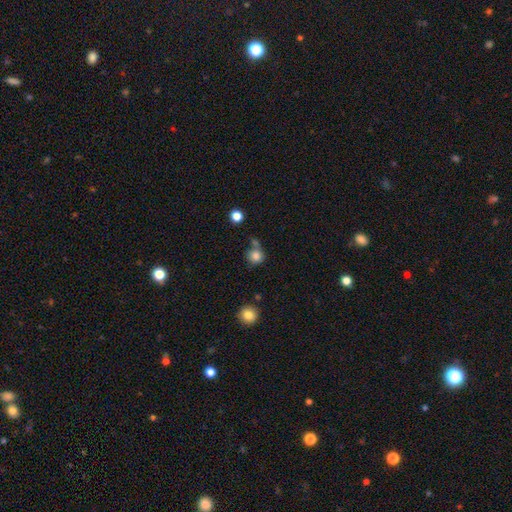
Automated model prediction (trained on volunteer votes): Morphology: type=smooth (82%); roundness=round (89%); merging=none (61%).